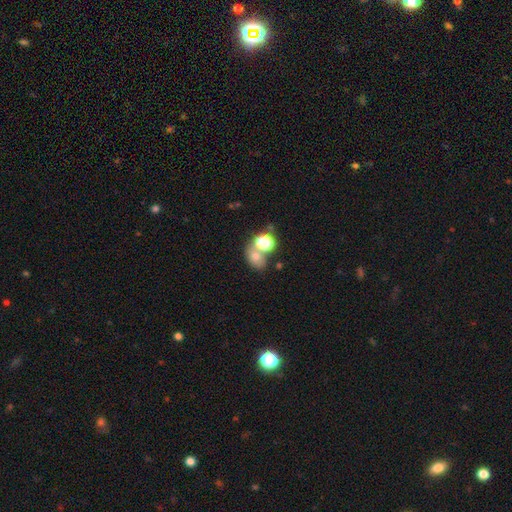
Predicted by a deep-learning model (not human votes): smooth 67%, star or artifact 19%, featured or disk 15%. Down the decision tree: how rounded — in between (51%); merging — merger (42%).